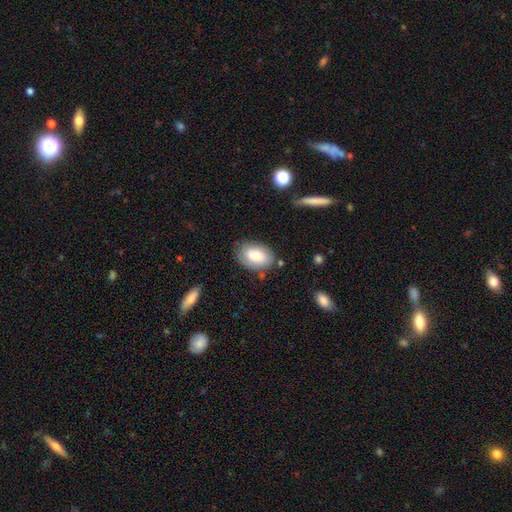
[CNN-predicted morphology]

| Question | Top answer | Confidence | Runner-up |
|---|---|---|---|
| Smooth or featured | smooth | 73% | featured or disk (20%) |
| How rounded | in between | 91% | round (8%) |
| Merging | none | 73% | minor disturbance (19%) |